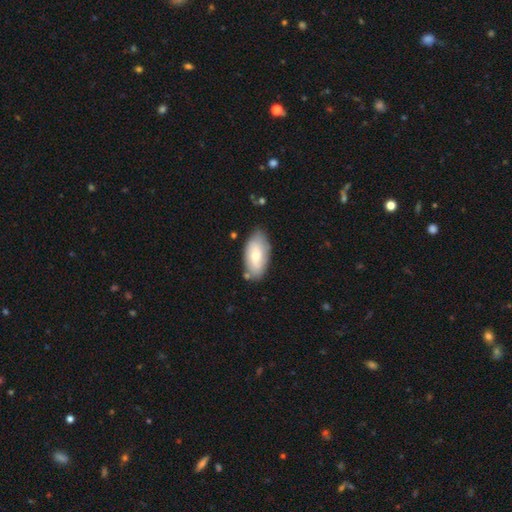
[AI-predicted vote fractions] Morphology: type=smooth (62%); roundness=in between (93%); merging=none (73%).